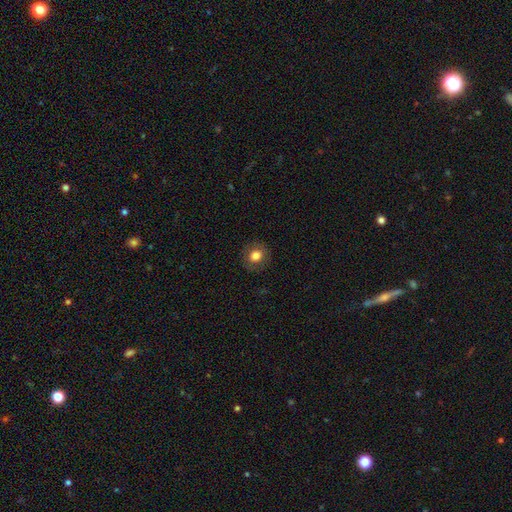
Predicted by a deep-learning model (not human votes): A smooth galaxy with no disk features (77%) that is round (81%).

Vote fractions:
- Smooth or featured? smooth: 77% / featured or disk: 14% / star or artifact: 9%
- How rounded? round: 81% / in between: 18% / cigar-shaped: 1%
- Merging? none: 87% / minor disturbance: 9% / major disturbance: 3% / merger: 1%